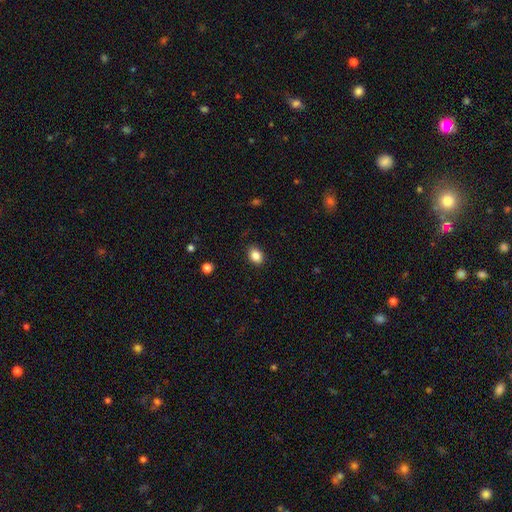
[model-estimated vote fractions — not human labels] Overall: smooth (85%). How rounded: in between (66%; round 33%). Merging: none (88%).